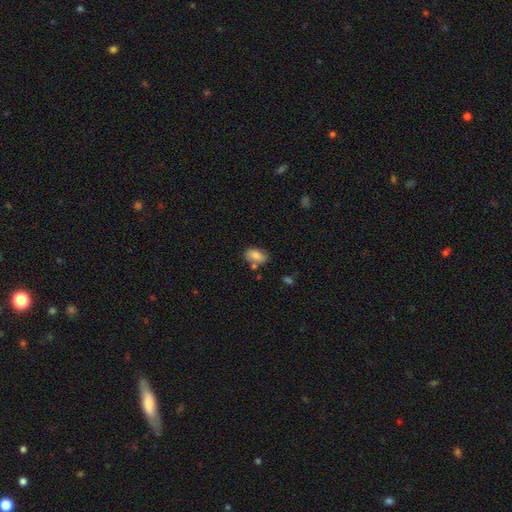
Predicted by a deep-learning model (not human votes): smooth-or-featured: smooth: 82% | featured or disk: 11% | star or artifact: 8%
  how-rounded: in between: 90% | round: 7% | cigar-shaped: 3%
  merging: none: 69% | minor disturbance: 18% | merger: 9% | major disturbance: 4%